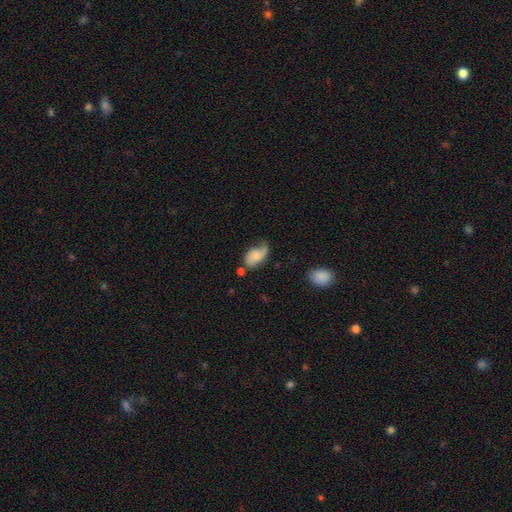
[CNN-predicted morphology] Smooth or featured? smooth (50%)
Merging? none (38%)